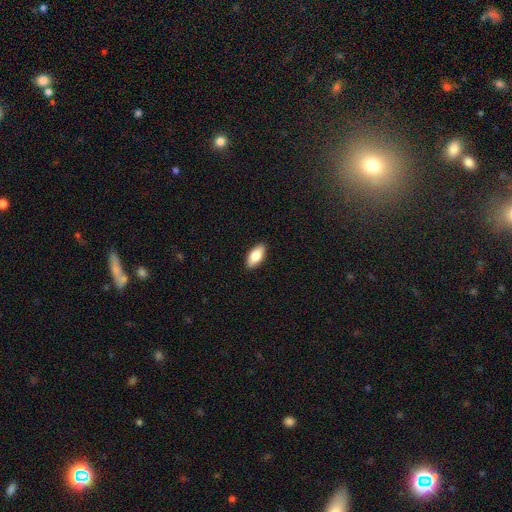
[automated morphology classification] Overall: smooth (80%). How rounded: in between (88%). Merging: none (90%).